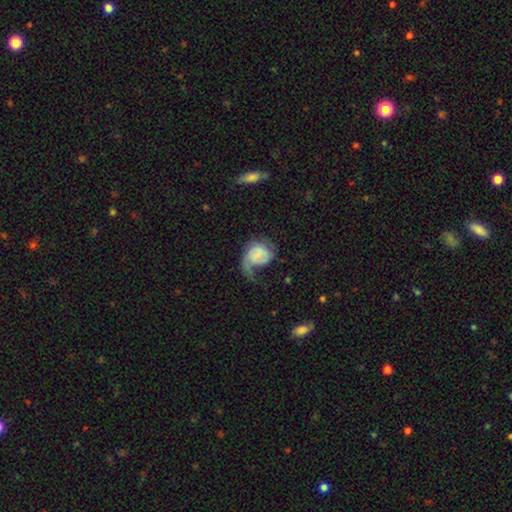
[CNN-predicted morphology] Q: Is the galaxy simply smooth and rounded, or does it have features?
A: featured or disk — 52%.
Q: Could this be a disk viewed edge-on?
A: no — 98%.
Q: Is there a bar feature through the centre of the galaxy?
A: no — 73%.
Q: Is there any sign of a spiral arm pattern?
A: yes — 80%.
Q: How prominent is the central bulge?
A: none — 52%.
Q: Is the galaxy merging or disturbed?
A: major disturbance — 55%.